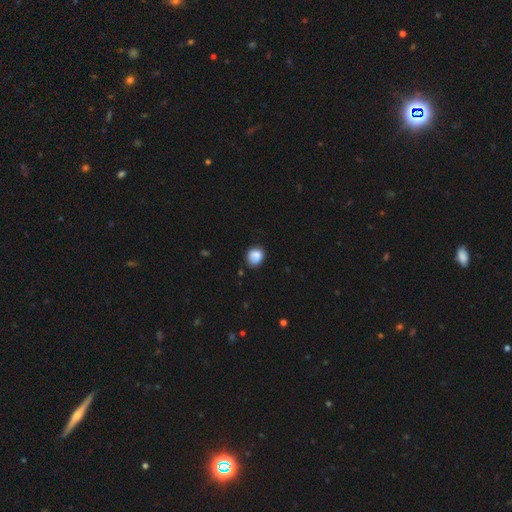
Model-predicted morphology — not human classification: smooth 84%, star or artifact 9%, featured or disk 8%. Down the decision tree: how rounded — round (68%); merging — none (67%).